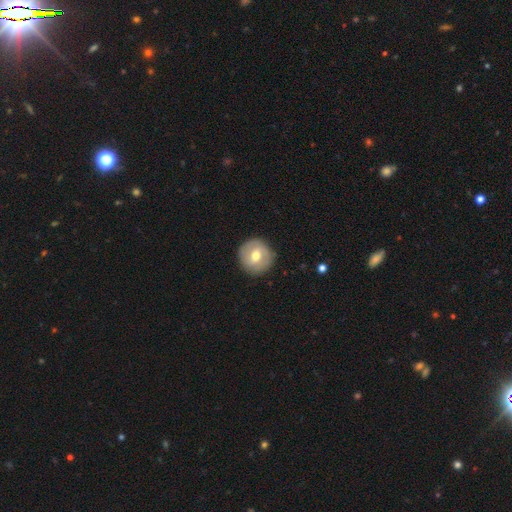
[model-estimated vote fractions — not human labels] Overall: smooth (53%; featured or disk 40%). How rounded: round (93%). Merging: none (88%).